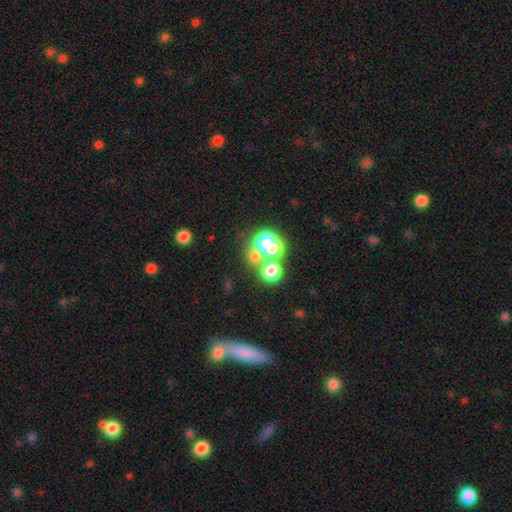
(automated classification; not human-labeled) This is possibly a smooth galaxy (52%). How rounded: likely round (71%). Merging: marginally merger (43%).